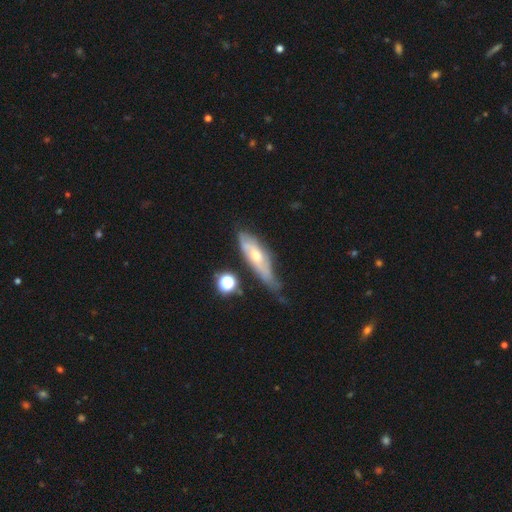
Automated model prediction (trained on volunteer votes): Overall: featured or disk (59%; smooth 34%). Edge-on disk: no (58%; yes 42%). Merging: none (39%; minor disturbance 38%).